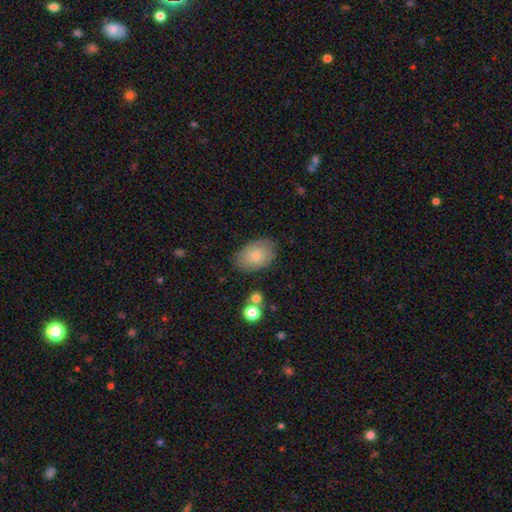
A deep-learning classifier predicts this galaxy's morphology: A smooth galaxy with no disk features (69%) that is in between round and cigar-shaped (86%). Merging: none (76%).